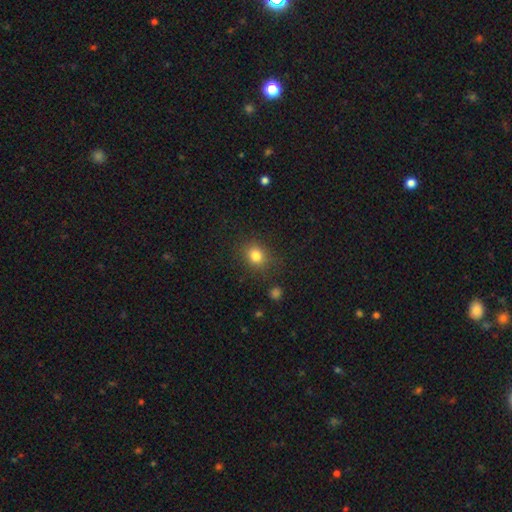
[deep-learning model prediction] Overall: smooth (81%). How rounded: round (68%; in between 31%). Merging: none (83%).